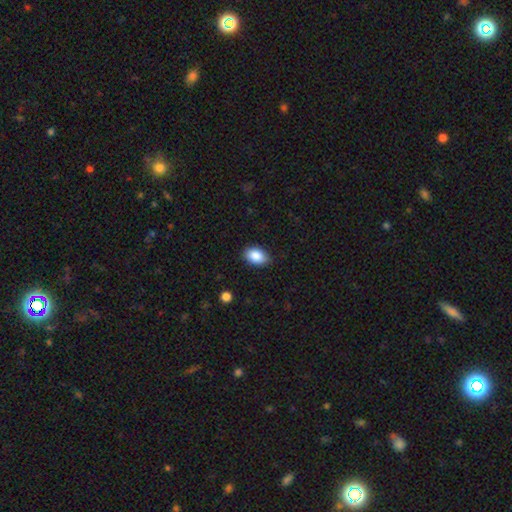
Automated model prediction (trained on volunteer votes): The model was most divided on "merging": none: 84%, minor disturbance: 12%, major disturbance: 2%, merger: 1%. More confident: how rounded — in between (89%); smooth or featured — smooth (88%).